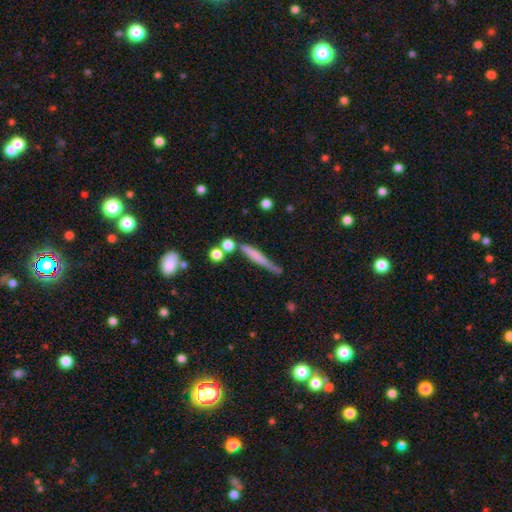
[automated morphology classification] A smooth galaxy with no disk features (54%) that is cigar-shaped (91%). Merging: none (59%).